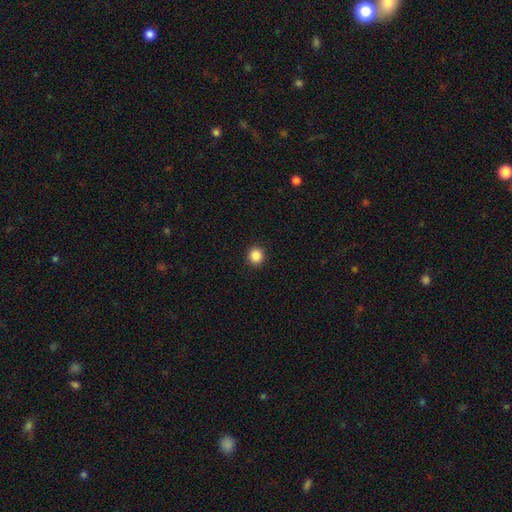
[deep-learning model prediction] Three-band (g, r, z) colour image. It shows a smooth galaxy with no disk features (87%) that is round (93%). Merging: none (93%).